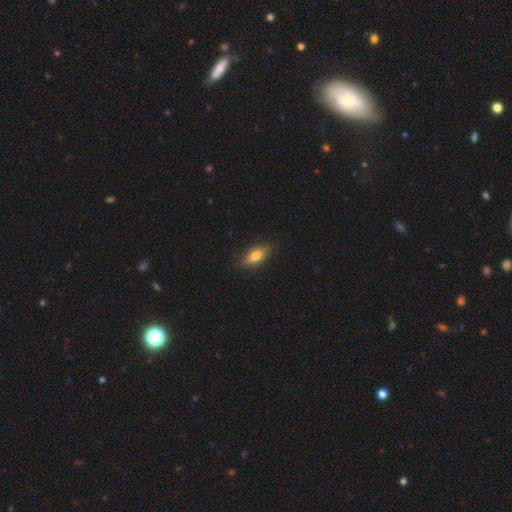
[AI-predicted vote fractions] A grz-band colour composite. It shows a smooth galaxy with no disk features (68%) that is in between round and cigar-shaped (77%). Merging: none (86%).